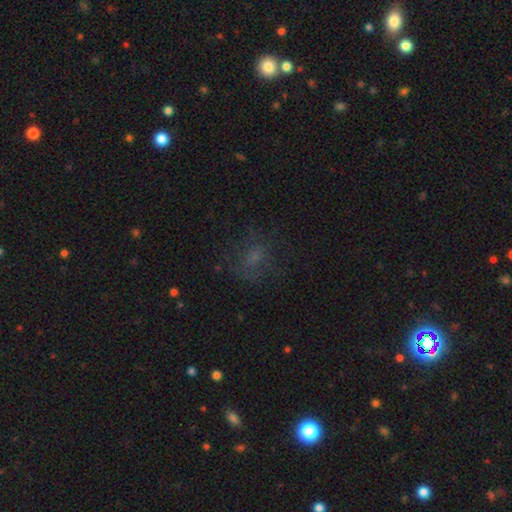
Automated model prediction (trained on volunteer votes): Smooth or featured?
  - smooth: 45% *
  - star or artifact: 32%
  - featured or disk: 23%
Merging?
  - none: 65% *
  - minor disturbance: 17%
  - major disturbance: 16%
  - merger: 2%